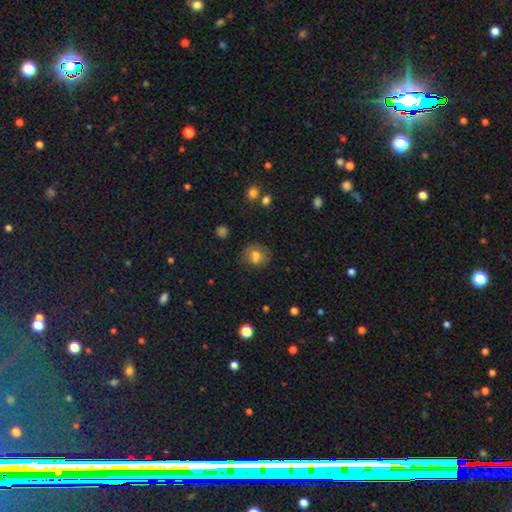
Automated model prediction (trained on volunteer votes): Smooth or featured? smooth (72%)
How rounded? round (66%)
Merging? none (59%)